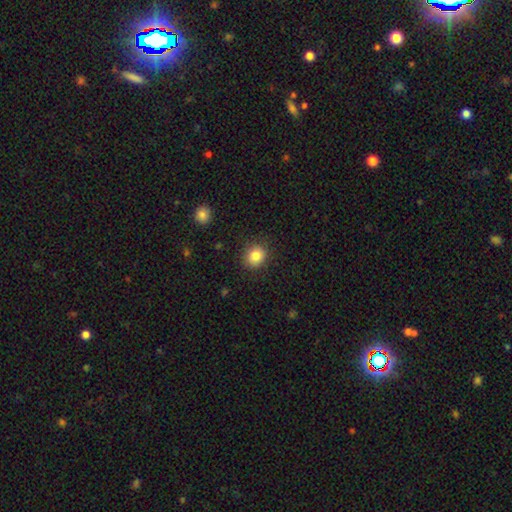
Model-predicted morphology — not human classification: A smooth galaxy with no disk features (83%) that is round (76%).

Vote fractions:
- Smooth or featured? smooth: 83% / star or artifact: 10% / featured or disk: 7%
- How rounded? round: 76% / in between: 23% / cigar-shaped: 1%
- Merging? none: 88% / minor disturbance: 9% / major disturbance: 3% / merger: 1%